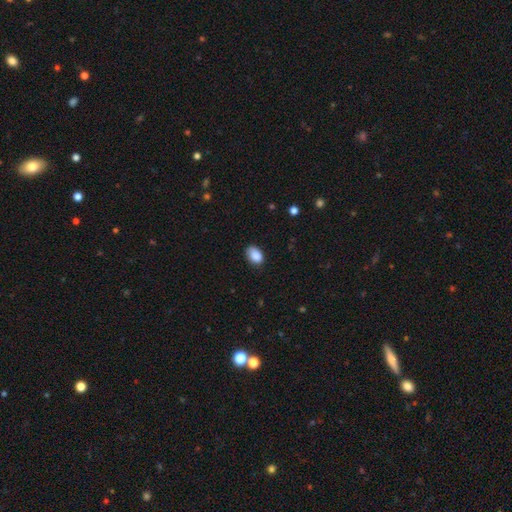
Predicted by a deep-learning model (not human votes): Smooth or featured: smooth — 88% (star or artifact — 8%)
How rounded: in between — 85% (round — 13%)
Merging: none — 74% (minor disturbance — 21%)